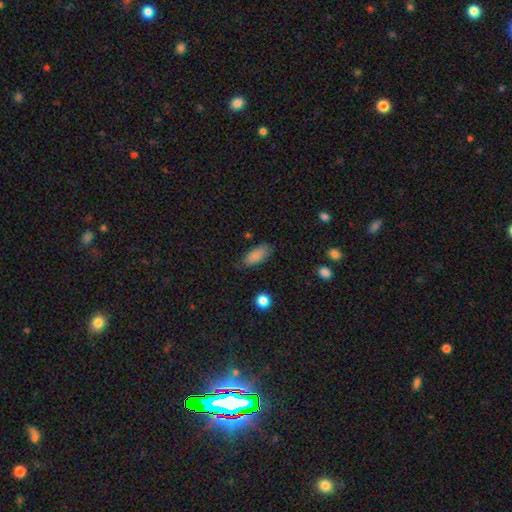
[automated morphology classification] type=smooth (85%); roundness=in between (84%); merging=none (78%).